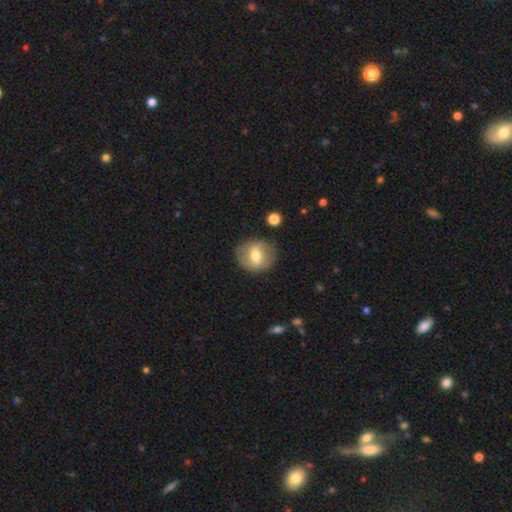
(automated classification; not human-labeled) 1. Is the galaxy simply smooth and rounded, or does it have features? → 53% smooth, 39% featured or disk, 8% star or artifact.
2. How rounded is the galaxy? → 75% round, 24% in between, 1% cigar-shaped.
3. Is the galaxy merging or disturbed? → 81% none, 12% minor disturbance, 4% major disturbance, 2% merger.